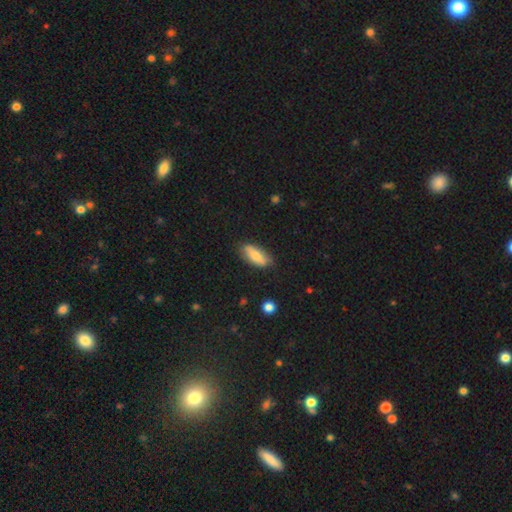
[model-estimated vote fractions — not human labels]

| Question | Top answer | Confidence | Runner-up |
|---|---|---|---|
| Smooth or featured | smooth | 72% | featured or disk (22%) |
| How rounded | in between | 74% | cigar-shaped (24%) |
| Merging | none | 75% | minor disturbance (19%) |